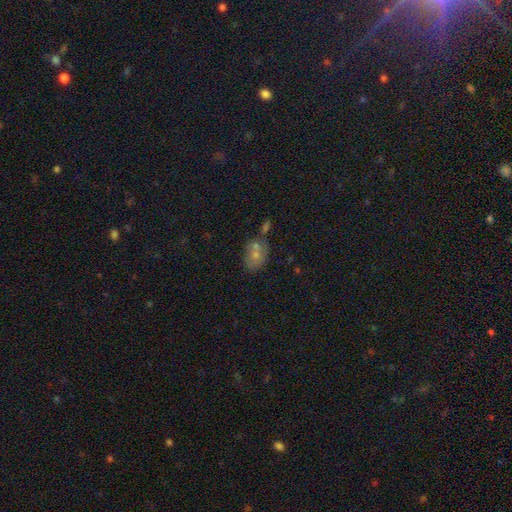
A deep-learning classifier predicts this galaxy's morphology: This appears to be a smooth galaxy with no disk features (57%) that is in between round and cigar-shaped (60%). Merging: none (48%).